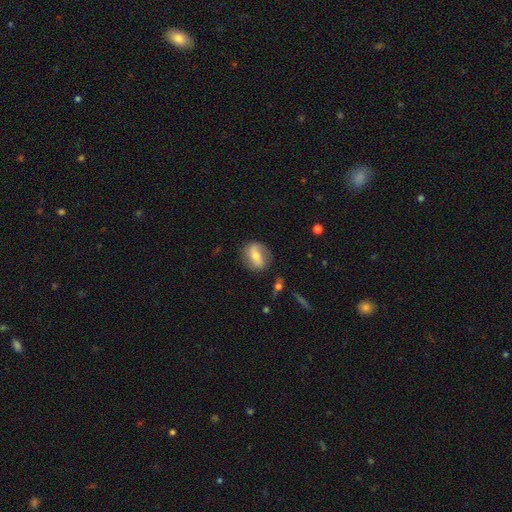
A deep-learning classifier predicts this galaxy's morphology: Smooth or featured? Predicted: featured or disk (p=0.49). Merging? Predicted: none (p=0.77).